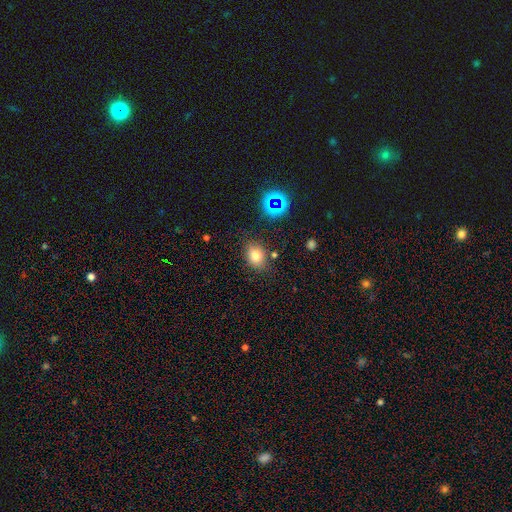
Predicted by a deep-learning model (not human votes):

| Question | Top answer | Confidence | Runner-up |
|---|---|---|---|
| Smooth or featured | smooth | 76% | star or artifact (14%) |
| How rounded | in between | 61% | round (38%) |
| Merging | none | 78% | minor disturbance (14%) |